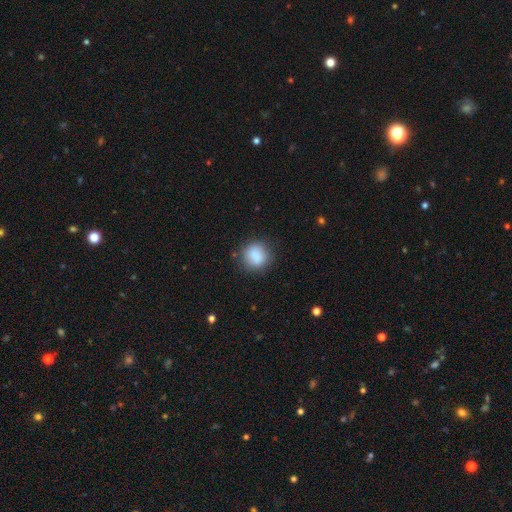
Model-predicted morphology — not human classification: Smooth or featured?
  - smooth: 86% *
  - star or artifact: 9%
  - featured or disk: 6%
How rounded?
  - round: 79% *
  - in between: 20%
  - cigar-shaped: 1%
Merging?
  - none: 81% *
  - minor disturbance: 13%
  - major disturbance: 4%
  - merger: 2%